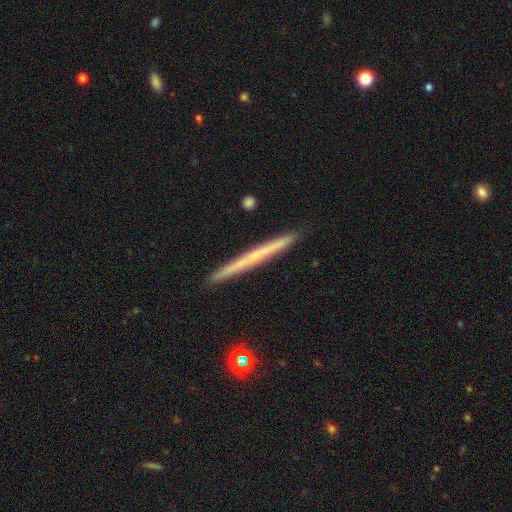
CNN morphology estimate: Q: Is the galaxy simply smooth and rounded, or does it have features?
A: featured or disk — 52%.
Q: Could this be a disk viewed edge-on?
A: yes — 98%.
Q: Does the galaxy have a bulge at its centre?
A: none — 83%.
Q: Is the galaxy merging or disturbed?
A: none — 92%.